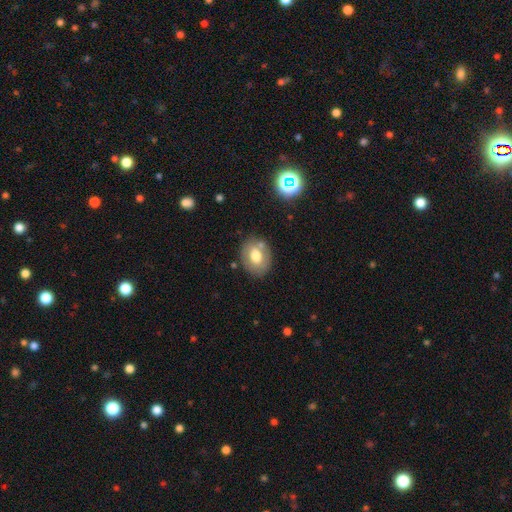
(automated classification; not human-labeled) smooth_or_featured: smooth (p=0.65) [alt: featured or disk p=0.27]
how_rounded: in between (p=0.55) [alt: round p=0.44]
merging: none (p=0.75) [alt: minor disturbance p=0.15]